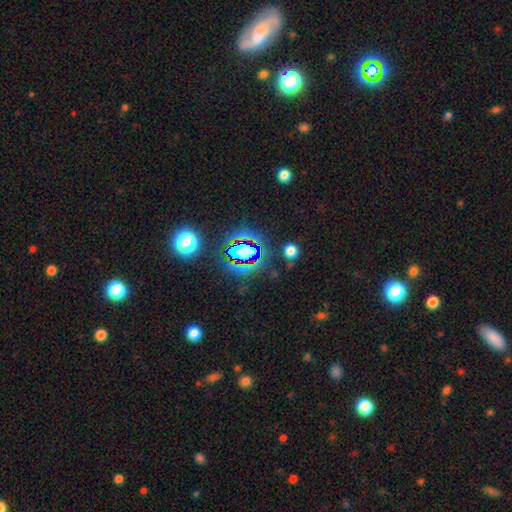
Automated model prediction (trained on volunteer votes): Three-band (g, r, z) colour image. It shows a star or artifact, not a galaxy (80%).